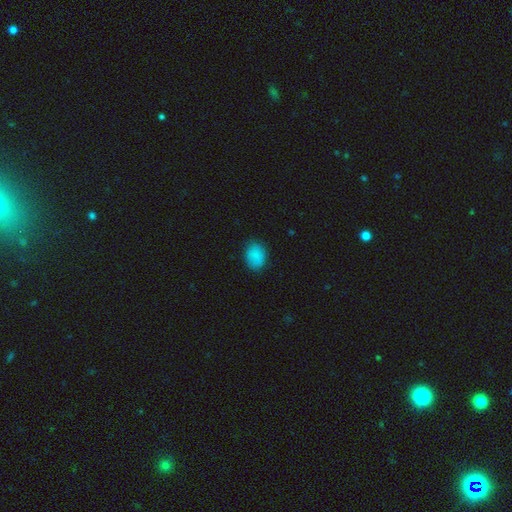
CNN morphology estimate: This appears to be a smooth galaxy with no disk features (86%) that is in between round and cigar-shaped (64%). Merging: none (78%).